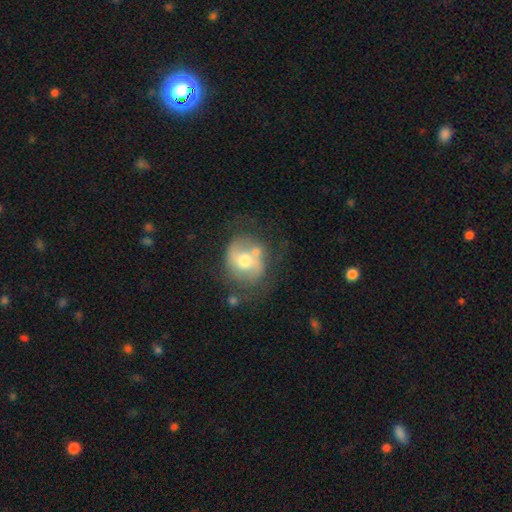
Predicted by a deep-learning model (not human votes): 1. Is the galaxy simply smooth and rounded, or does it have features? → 58% featured or disk, 34% smooth, 8% star or artifact.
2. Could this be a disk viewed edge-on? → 97% no, 3% yes.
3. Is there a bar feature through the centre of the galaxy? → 58% no, 32% weak, 11% strong.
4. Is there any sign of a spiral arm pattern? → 65% yes, 35% no.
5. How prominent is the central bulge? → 70% moderate, 17% small, 10% large, 2% none, 1% dominant.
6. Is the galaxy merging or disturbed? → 51% none, 21% minor disturbance, 14% merger, 14% major disturbance.